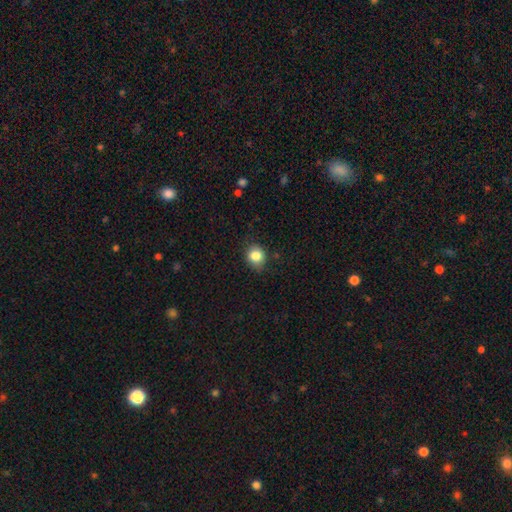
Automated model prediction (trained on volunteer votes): A smooth galaxy with no disk features (84%) that is round (71%). Merging: none (81%).